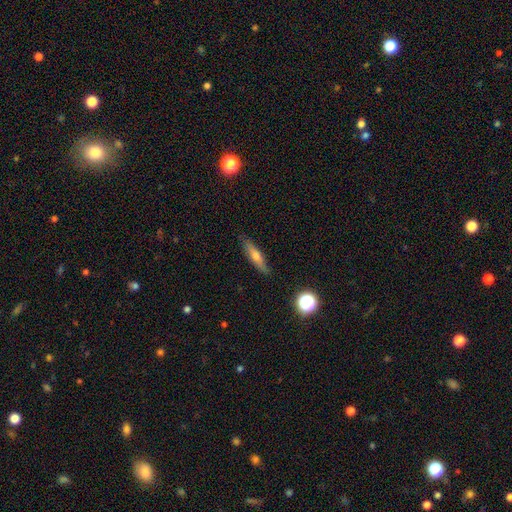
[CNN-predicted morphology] smooth_or_featured: smooth (p=0.50) [alt: featured or disk p=0.42]
merging: none (p=0.86) [alt: minor disturbance p=0.10]